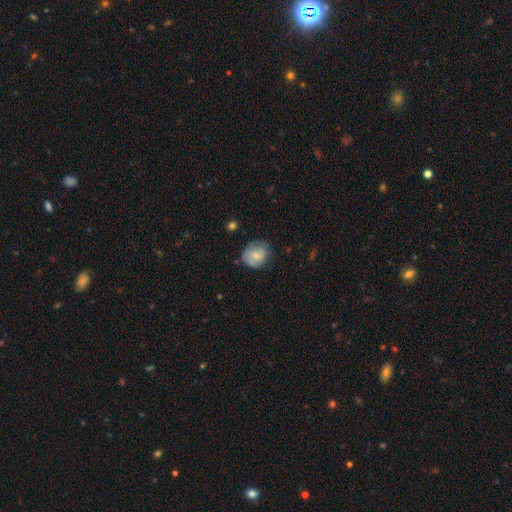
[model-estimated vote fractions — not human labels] The model was most divided on "merging": none: 63%, minor disturbance: 28%, major disturbance: 8%, merger: 2%. More confident: how rounded — round (70%); smooth or featured — smooth (68%).